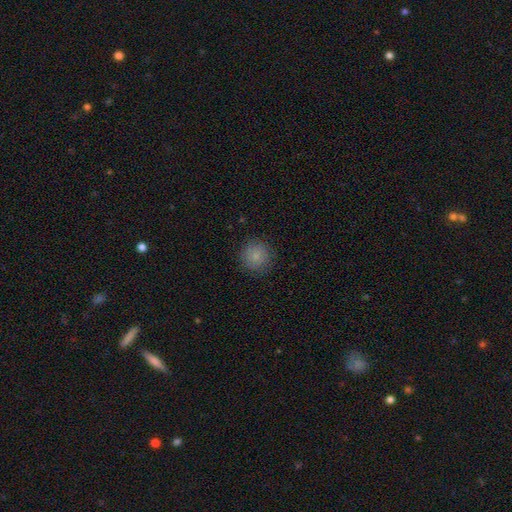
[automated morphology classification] Overall: smooth (84%). How rounded: round (93%). Merging: none (86%).